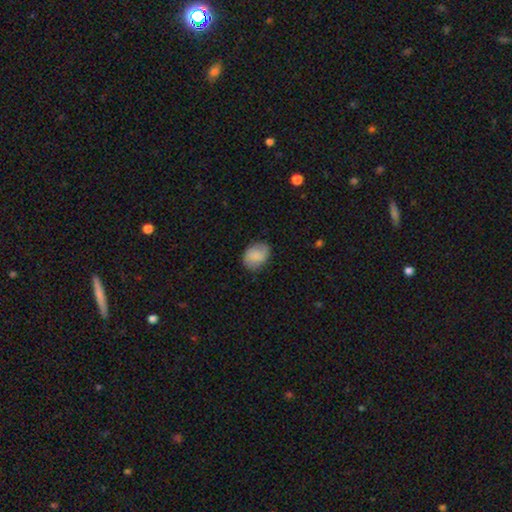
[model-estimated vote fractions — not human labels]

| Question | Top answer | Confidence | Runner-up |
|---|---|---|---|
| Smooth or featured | smooth | 79% | featured or disk (13%) |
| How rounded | in between | 63% | round (36%) |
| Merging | none | 77% | minor disturbance (18%) |